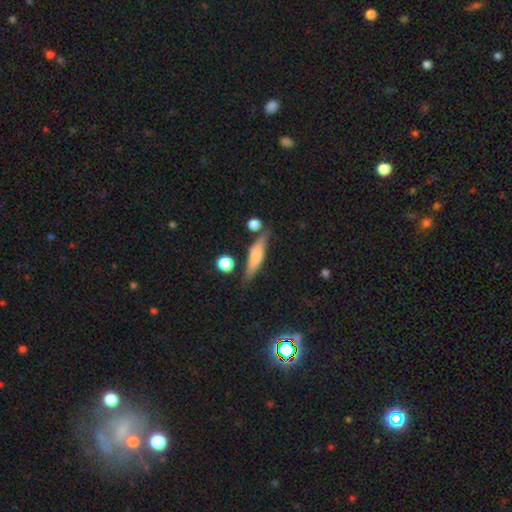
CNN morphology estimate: smooth_or_featured: smooth (p=0.59) [alt: featured or disk p=0.34]
how_rounded: cigar-shaped (p=0.73) [alt: in between p=0.24]
merging: none (p=0.74) [alt: minor disturbance p=0.15]